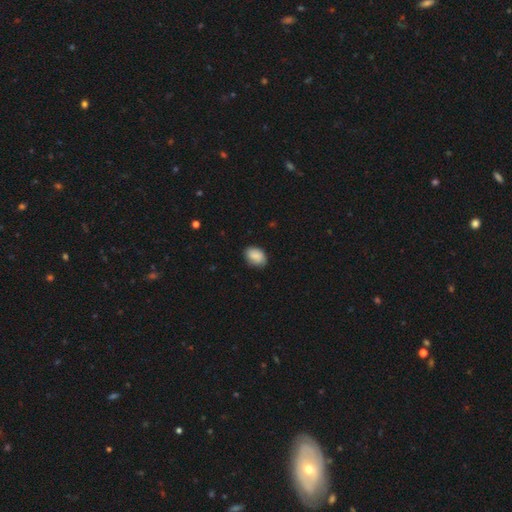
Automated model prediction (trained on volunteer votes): A smooth galaxy with no disk features (86%) that is in between round and cigar-shaped (80%). Merging: none (75%).